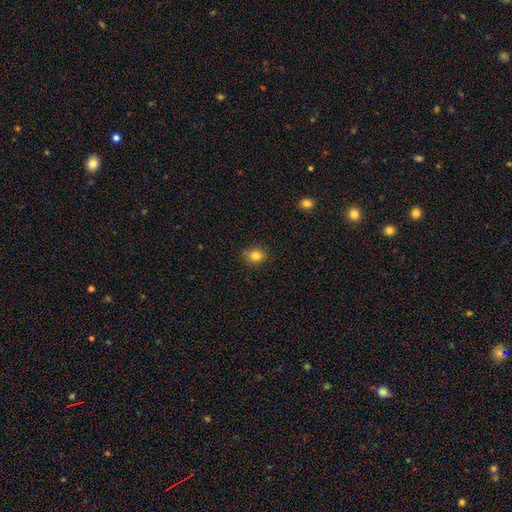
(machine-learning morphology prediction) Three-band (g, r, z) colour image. It shows a smooth galaxy with no disk features (82%) that is round (65%). Merging: none (83%).